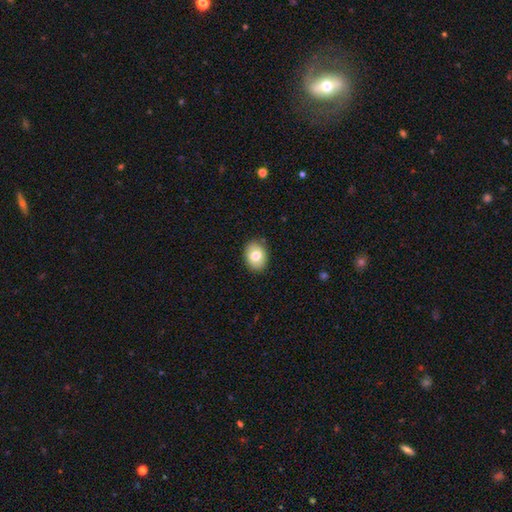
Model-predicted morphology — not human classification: smooth-or-featured: smooth: 78% | featured or disk: 14% | star or artifact: 8%
  how-rounded: in between: 70% | round: 29% | cigar-shaped: 1%
  merging: none: 88% | minor disturbance: 9% | major disturbance: 2% | merger: 1%